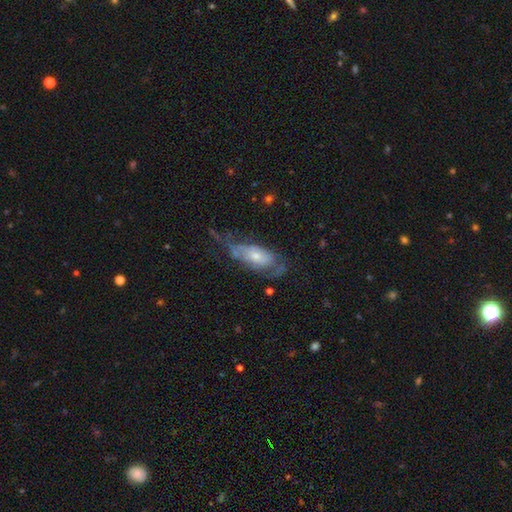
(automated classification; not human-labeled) Smooth or featured? featured or disk (60%)
Edge-on disk? no (83%)
Merging? none (43%)